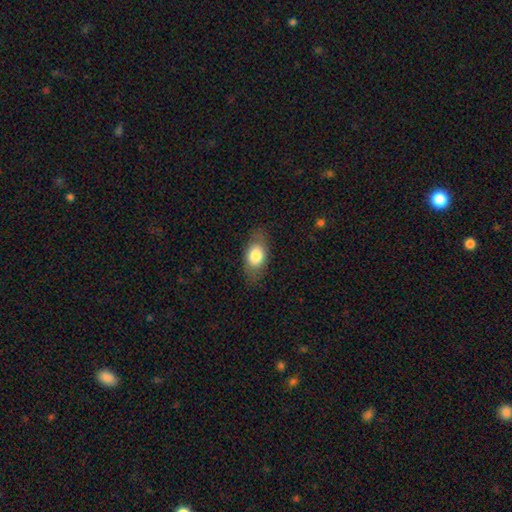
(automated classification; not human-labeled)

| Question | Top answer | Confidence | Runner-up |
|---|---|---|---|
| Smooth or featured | smooth | 78% | featured or disk (15%) |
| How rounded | in between | 84% | round (13%) |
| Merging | none | 79% | minor disturbance (15%) |